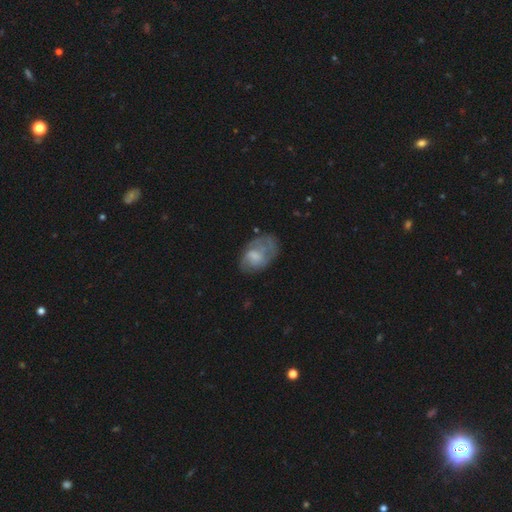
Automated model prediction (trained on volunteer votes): Smooth or featured: featured or disk — 49% (smooth — 44%)
Merging: none — 52% (minor disturbance — 27%)